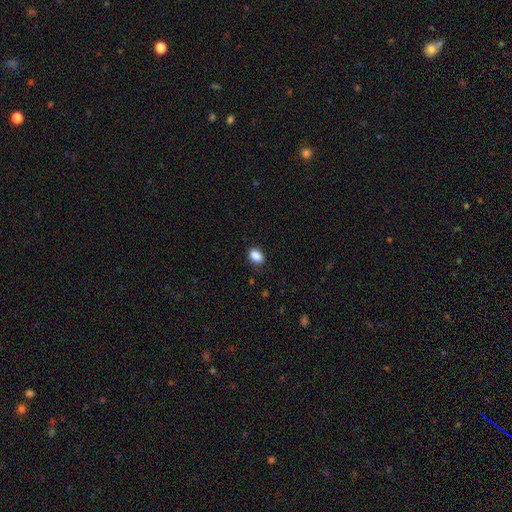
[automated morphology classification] Smooth or featured?
  - smooth: 88% *
  - star or artifact: 9%
  - featured or disk: 3%
How rounded?
  - in between: 77% *
  - round: 22%
  - cigar-shaped: 1%
Merging?
  - none: 83% *
  - minor disturbance: 13%
  - major disturbance: 3%
  - merger: 1%